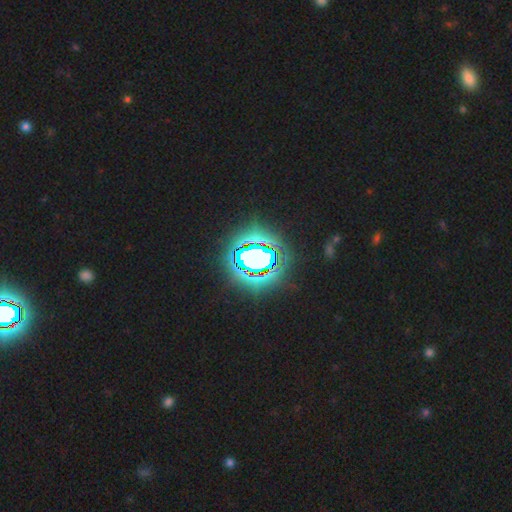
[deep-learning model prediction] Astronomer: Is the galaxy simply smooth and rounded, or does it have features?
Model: star or artifact — 70%.